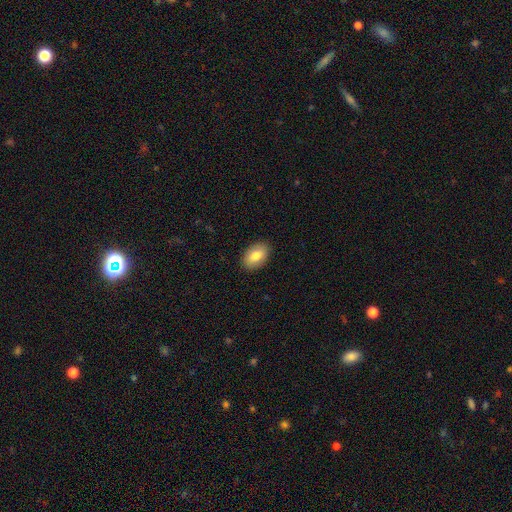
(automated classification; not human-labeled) The model was most divided on "smooth or featured": smooth: 82%, featured or disk: 11%, star or artifact: 7%. More confident: how rounded — in between (90%); merging — none (89%).